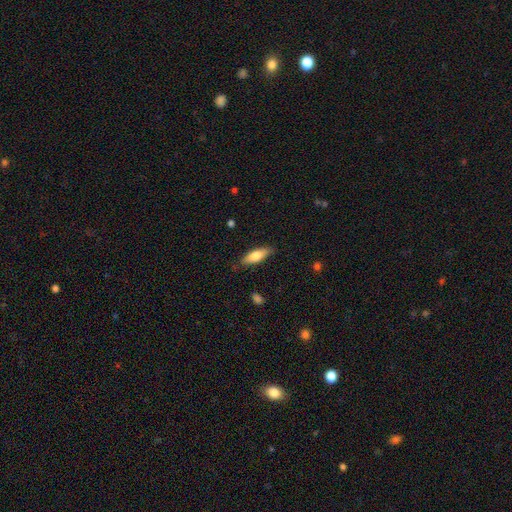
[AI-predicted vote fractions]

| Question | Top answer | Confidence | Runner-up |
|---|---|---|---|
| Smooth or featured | smooth | 73% | featured or disk (21%) |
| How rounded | in between | 57% | cigar-shaped (41%) |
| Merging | none | 82% | minor disturbance (14%) |